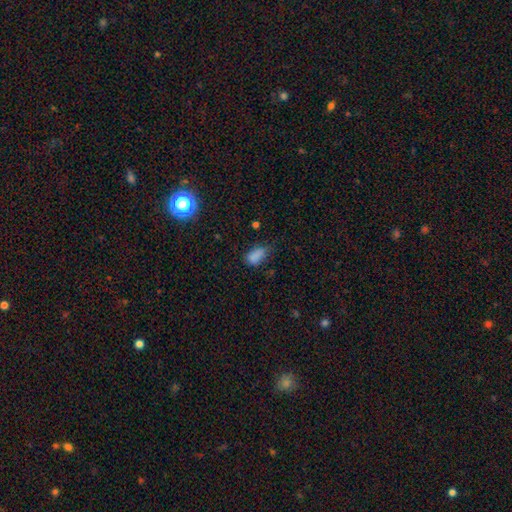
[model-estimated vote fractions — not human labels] Q: Smooth or featured?
A: smooth (82%); runner-up: star or artifact (12%)
Q: How rounded?
A: in between (90%); runner-up: round (6%)
Q: Merging?
A: none (51%); runner-up: minor disturbance (35%)